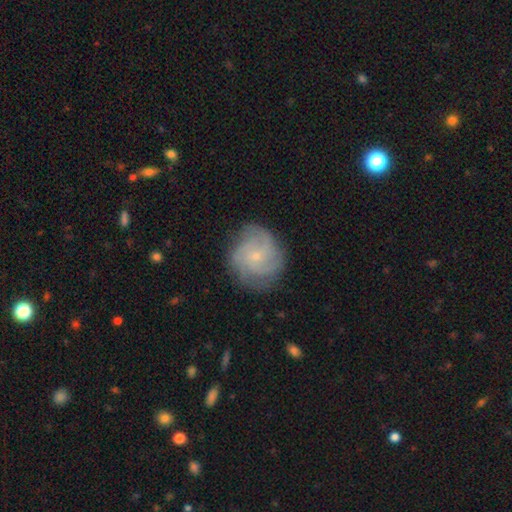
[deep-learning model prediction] smooth-or-featured: featured or disk: 75% | smooth: 18% | star or artifact: 7%
  disk-edge-on: no: 98% | yes: 2%
    bar: no: 73% | weak: 24% | strong: 3%
    has-spiral-arms: yes: 94% | no: 6%
      spiral-winding: tight: 52% | medium: 38% | loose: 10%
      spiral-arm-count: 3: 31% | can't tell: 23% | 4: 22% | 2: 12% | more than 4: 6% | 1: 6%
    bulge-size: small: 79% | moderate: 15% | none: 4% | large: 1% | dominant: 1%
  merging: none: 75% | minor disturbance: 18% | major disturbance: 6% | merger: 1%